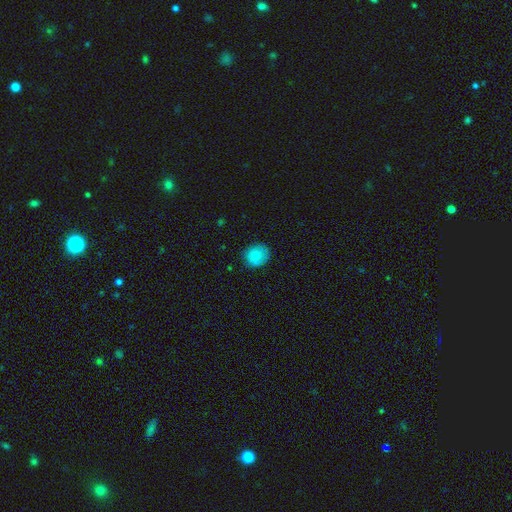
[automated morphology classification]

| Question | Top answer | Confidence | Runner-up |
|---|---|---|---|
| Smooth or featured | smooth | 82% | featured or disk (10%) |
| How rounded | round | 79% | in between (20%) |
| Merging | none | 83% | minor disturbance (13%) |